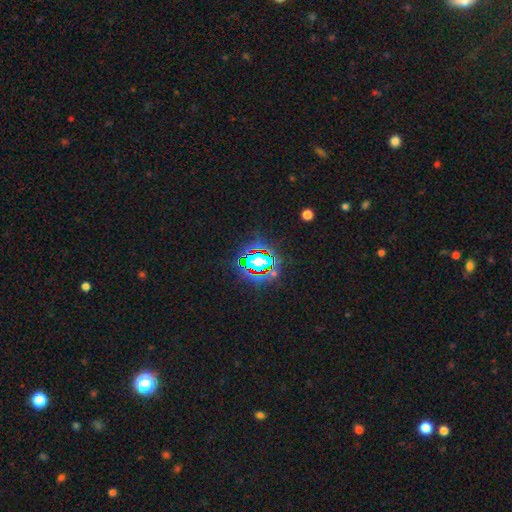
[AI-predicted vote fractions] The model was most divided on "smooth or featured": star or artifact: 66%, smooth: 21%, featured or disk: 13%.